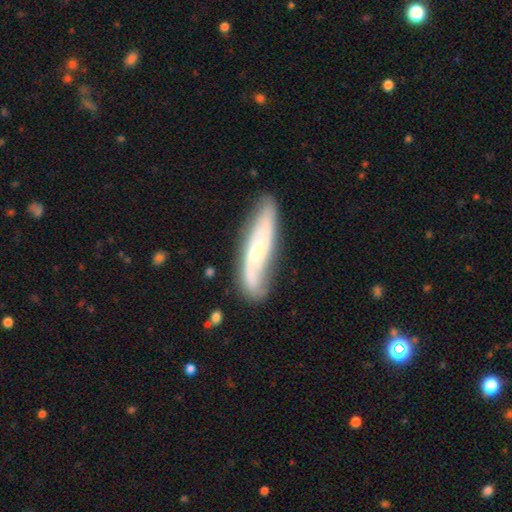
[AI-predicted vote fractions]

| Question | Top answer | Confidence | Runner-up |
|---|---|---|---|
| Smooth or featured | featured or disk | 65% | smooth (28%) |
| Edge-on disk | no | 75% | yes (25%) |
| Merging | none | 71% | minor disturbance (20%) |